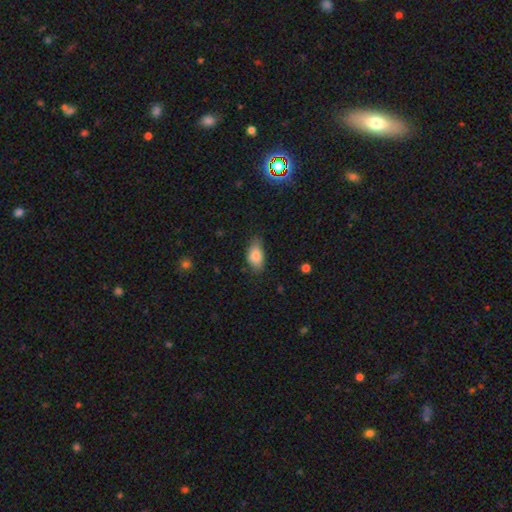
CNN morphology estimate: A smooth galaxy with no disk features (83%) that is in between round and cigar-shaped (90%). Merging: none (65%).